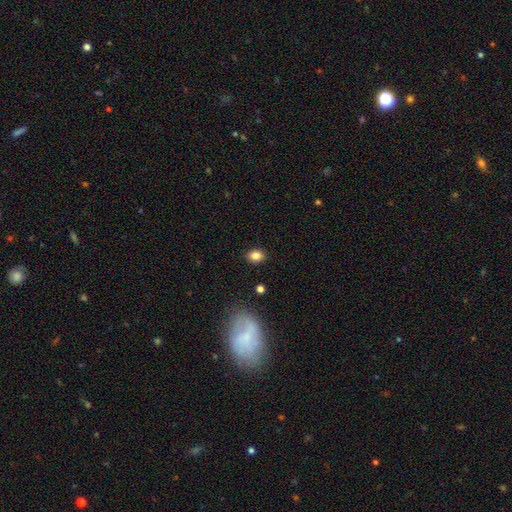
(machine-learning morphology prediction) Overall: smooth (83%). How rounded: in between (60%; round 39%). Merging: none (87%).